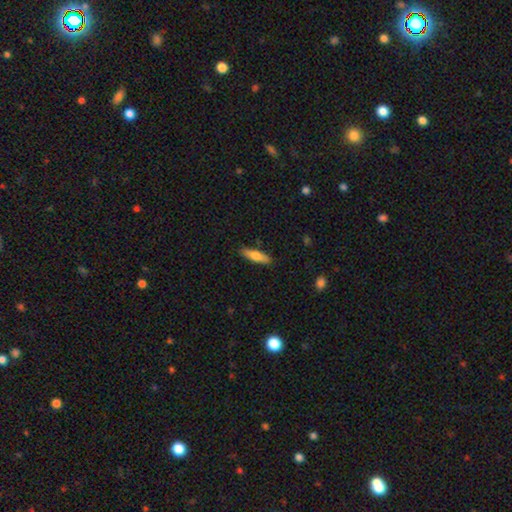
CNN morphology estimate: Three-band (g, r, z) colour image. It shows a smooth galaxy with no disk features (69%) that is cigar-shaped (68%). Merging: none (88%).